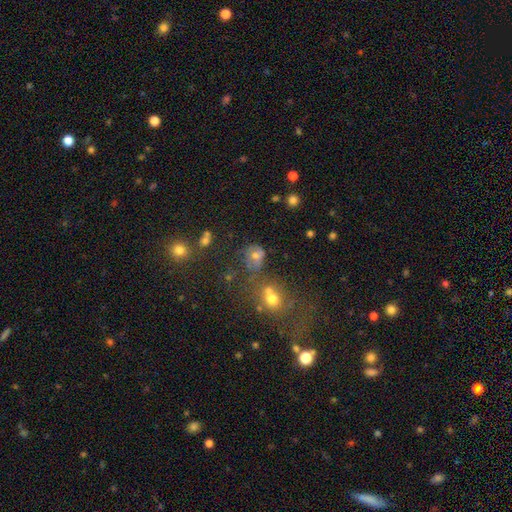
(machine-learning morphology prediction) smooth 55%, star or artifact 24%, featured or disk 21%. Down the decision tree: how rounded — round (62%); merging — none (46%).